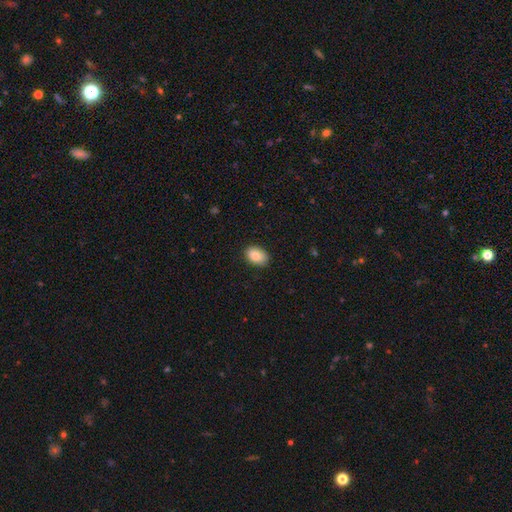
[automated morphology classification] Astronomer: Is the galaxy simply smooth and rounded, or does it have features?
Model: smooth — 87%.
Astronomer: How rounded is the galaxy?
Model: in between — 85%.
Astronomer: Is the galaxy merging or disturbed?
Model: none — 86%.